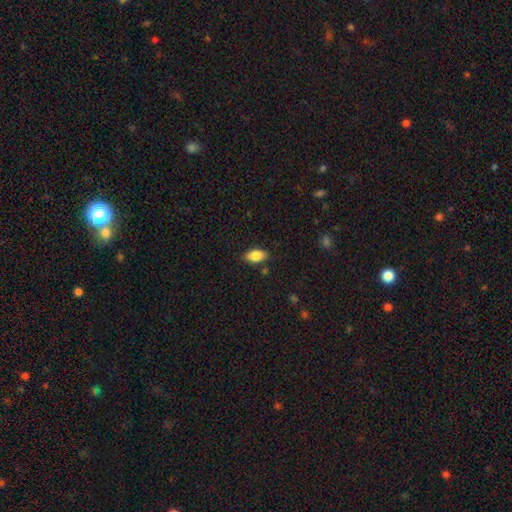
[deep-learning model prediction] smooth_or_featured: smooth (p=0.83) [alt: featured or disk p=0.10]
how_rounded: in between (p=0.90) [alt: cigar-shaped p=0.05]
merging: none (p=0.84) [alt: minor disturbance p=0.12]